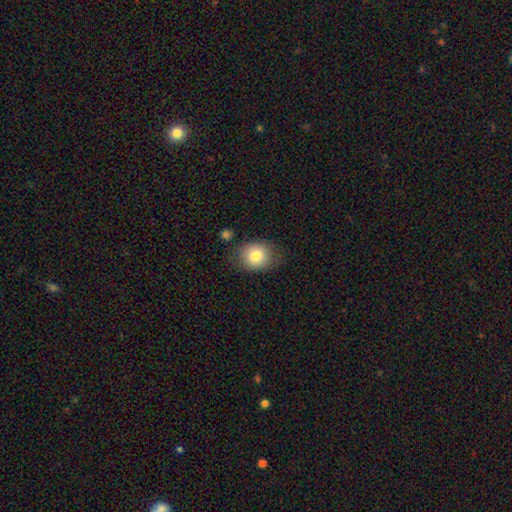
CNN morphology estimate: This is clearly a smooth galaxy (80%). How rounded: possibly round (56%). Merging: likely none (73%).